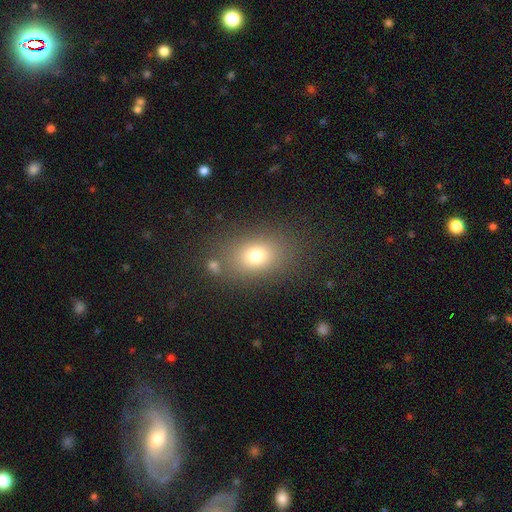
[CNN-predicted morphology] Smooth or featured: smooth — 75% (star or artifact — 14%)
How rounded: in between — 67% (round — 32%)
Merging: none — 78% (minor disturbance — 11%)